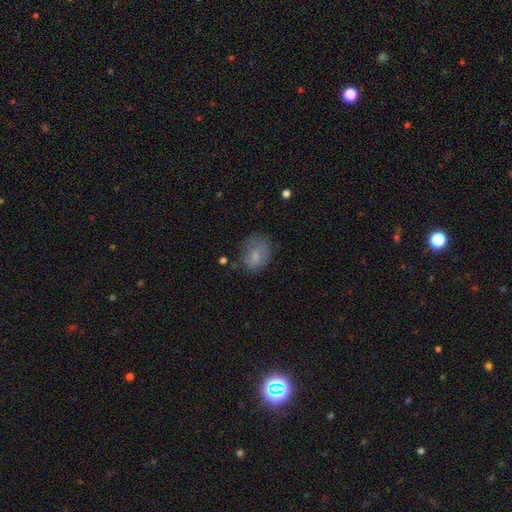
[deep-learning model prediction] Morphology: type=smooth (72%); roundness=in between (59%); merging=none (58%).